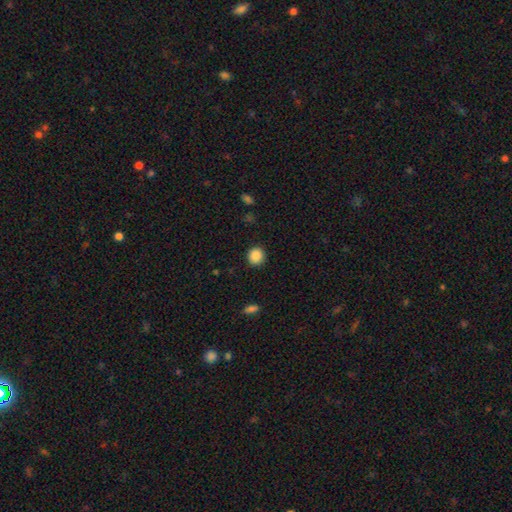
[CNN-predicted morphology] Smooth or featured? Predicted: smooth (p=0.88). How rounded? Predicted: round (p=0.90). Merging? Predicted: none (p=0.91).